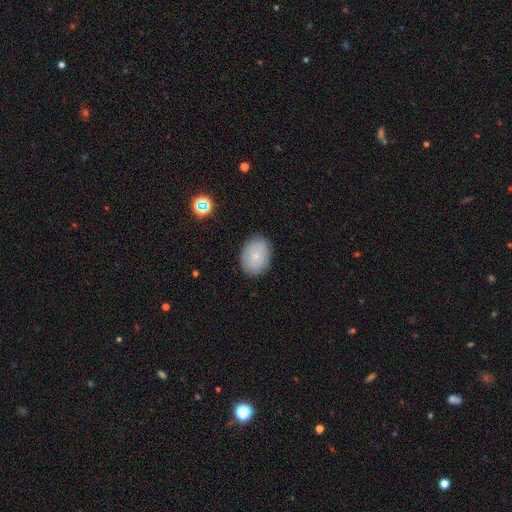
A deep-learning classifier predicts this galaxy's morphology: smooth 78%, featured or disk 14%, star or artifact 8%. Down the decision tree: how rounded — in between (73%); merging — none (87%).